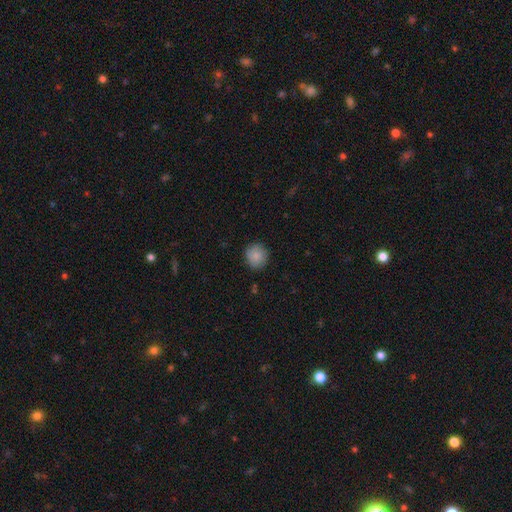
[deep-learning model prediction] The model was most divided on "merging": none: 85%, minor disturbance: 11%, major disturbance: 2%, merger: 1%. More confident: how rounded — round (88%); smooth or featured — smooth (85%).